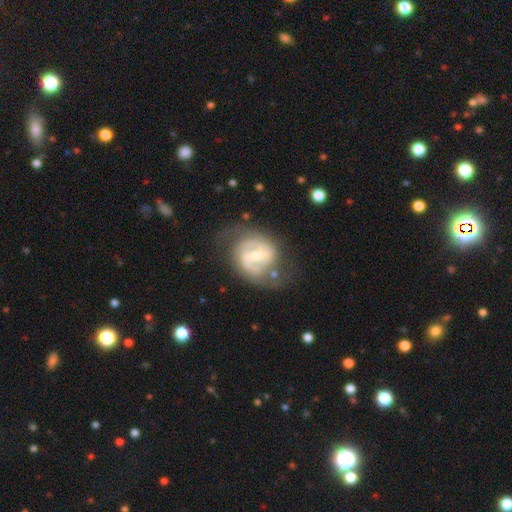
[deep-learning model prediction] featured or disk 79%, smooth 15%, star or artifact 6%. Down the decision tree: edge-on disk — no (97%); bar — weak (46%); spiral arms — yes (83%); spiral arm count — 2 (79%); spiral winding — medium (47%); bulge size — moderate (53%); merging — none (60%).